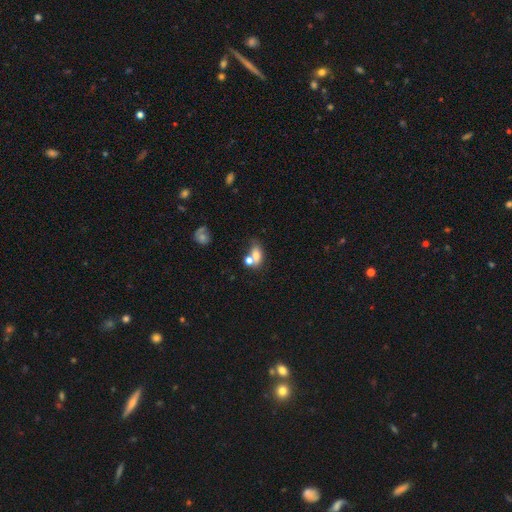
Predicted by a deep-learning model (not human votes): Smooth or featured? smooth (71%)
How rounded? in between (76%)
Merging? merger (47%)